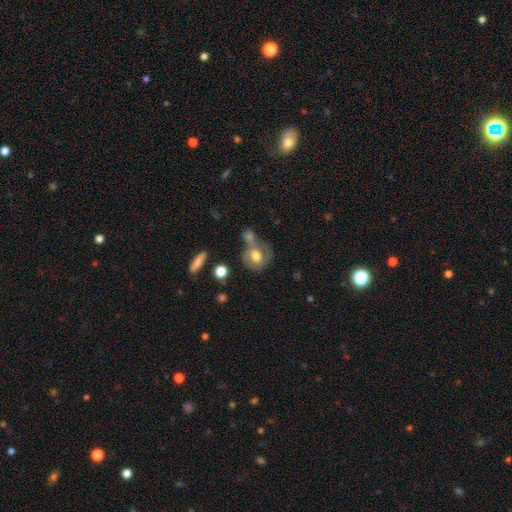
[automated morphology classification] smooth 58%, featured or disk 34%, star or artifact 8%. Down the decision tree: how rounded — round (65%); merging — merger (37%, tied with none).